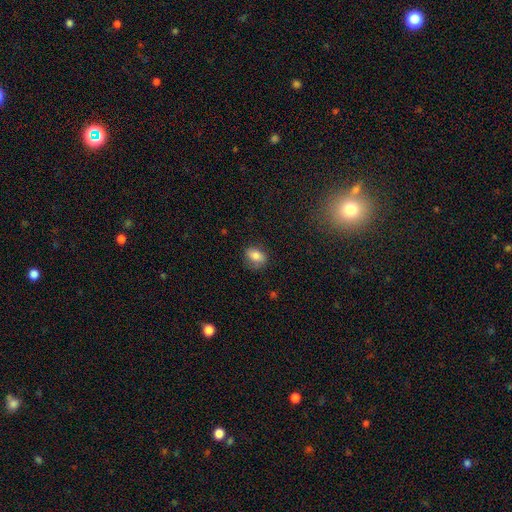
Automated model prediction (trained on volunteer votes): Smooth or featured? smooth (77%)
How rounded? in between (73%)
Merging? none (71%)